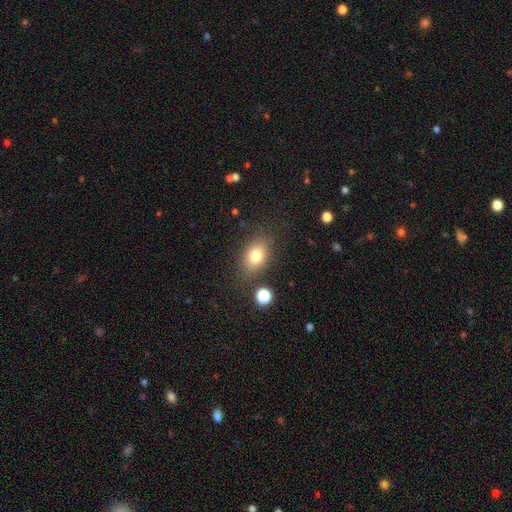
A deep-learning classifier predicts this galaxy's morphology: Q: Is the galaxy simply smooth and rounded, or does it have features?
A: smooth — 78%.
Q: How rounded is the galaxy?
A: in between — 75%.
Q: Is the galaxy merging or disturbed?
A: none — 79%.